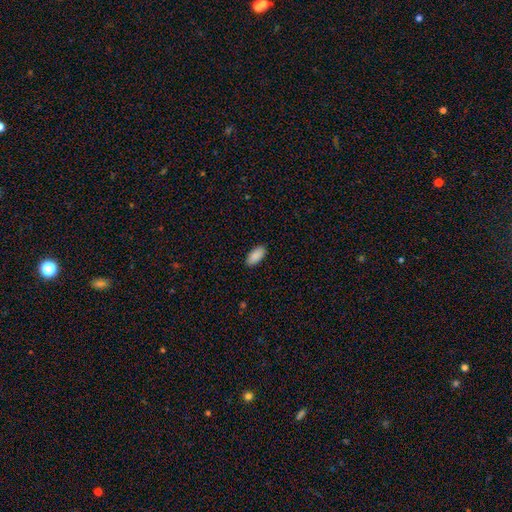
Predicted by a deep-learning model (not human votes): This appears to be a smooth galaxy with no disk features (90%) that is in between round and cigar-shaped (92%). Merging: none (90%).